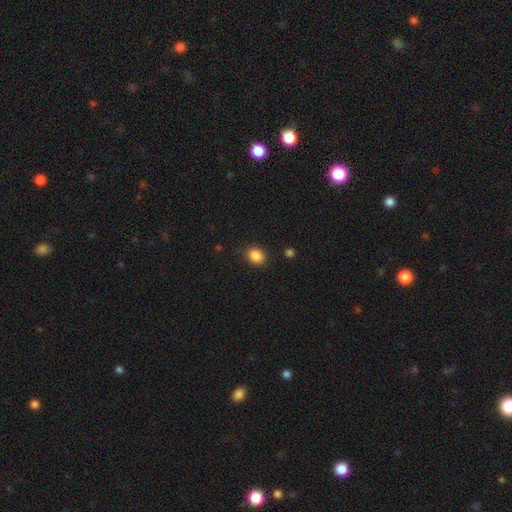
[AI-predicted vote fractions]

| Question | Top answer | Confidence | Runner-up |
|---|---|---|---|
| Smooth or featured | smooth | 87% | star or artifact (9%) |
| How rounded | in between | 50% | round (49%) |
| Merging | none | 87% | minor disturbance (9%) |